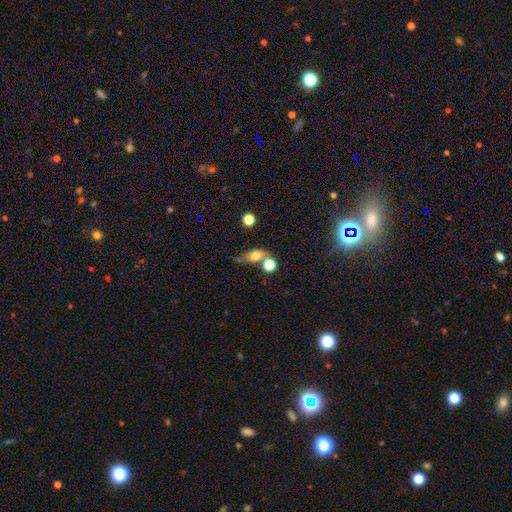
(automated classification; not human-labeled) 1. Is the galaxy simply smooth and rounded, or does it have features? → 70% smooth, 17% featured or disk, 13% star or artifact.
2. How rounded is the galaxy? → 67% in between, 27% round, 6% cigar-shaped.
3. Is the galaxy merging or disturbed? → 48% none, 28% merger, 16% minor disturbance, 8% major disturbance.